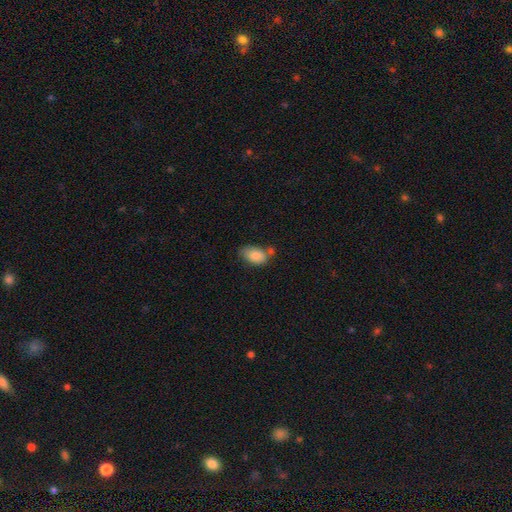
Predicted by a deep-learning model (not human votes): Morphology: type=smooth (85%); roundness=in between (89%); merging=none (47%).